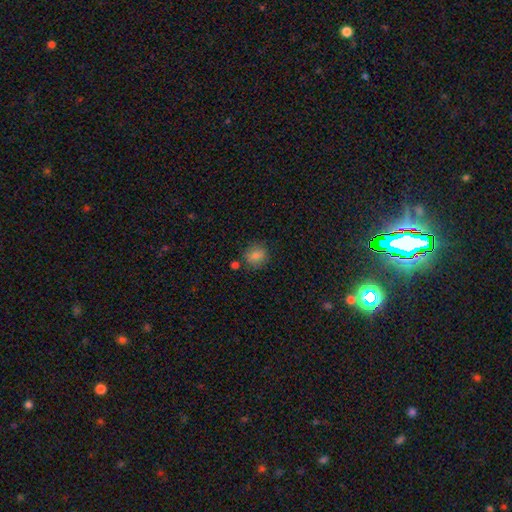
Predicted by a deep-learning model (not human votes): smooth-or-featured: smooth: 82% | star or artifact: 10% | featured or disk: 8%
  how-rounded: round: 82% | in between: 17% | cigar-shaped: 1%
  merging: none: 78% | minor disturbance: 12% | merger: 6% | major disturbance: 3%